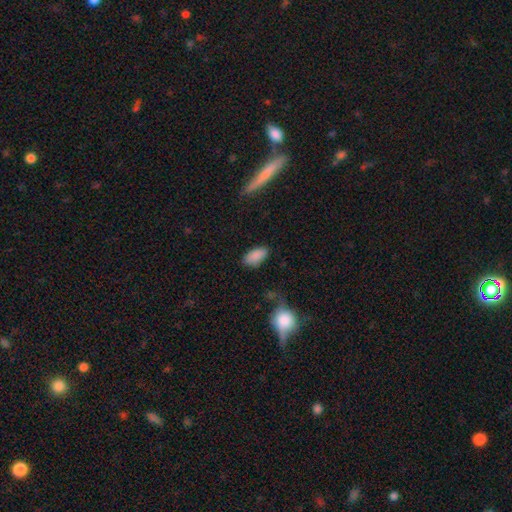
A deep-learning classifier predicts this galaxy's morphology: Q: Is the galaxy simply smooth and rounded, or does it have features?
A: smooth — 87%.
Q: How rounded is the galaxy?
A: in between — 92%.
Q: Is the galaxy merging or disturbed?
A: none — 77%.